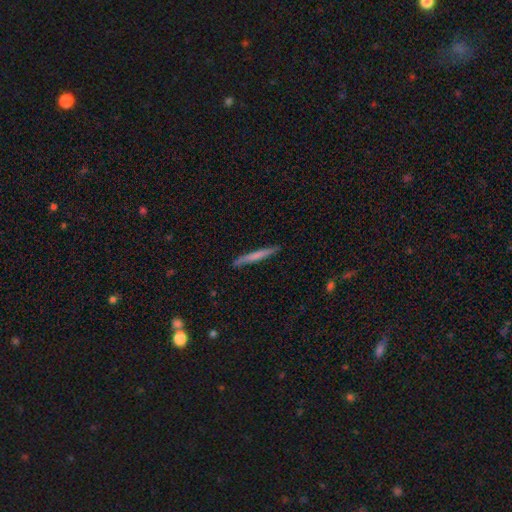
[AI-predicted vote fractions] smooth-or-featured: smooth: 60% | featured or disk: 35% | star or artifact: 5%
  how-rounded: cigar-shaped: 97% | in between: 2% | round: 1%
  merging: none: 89% | minor disturbance: 8% | major disturbance: 2% | merger: 1%